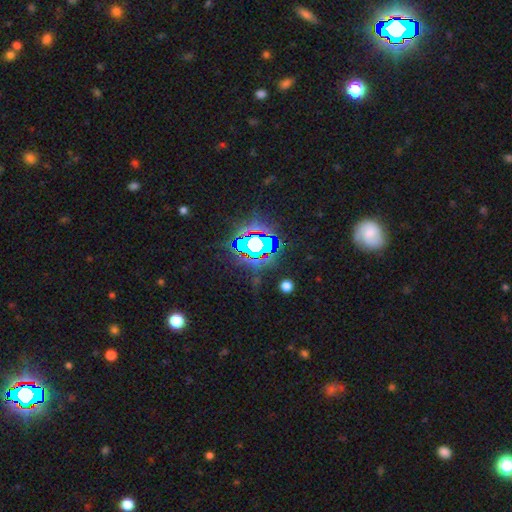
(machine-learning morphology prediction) Smooth or featured? Predicted: star or artifact (p=0.73).